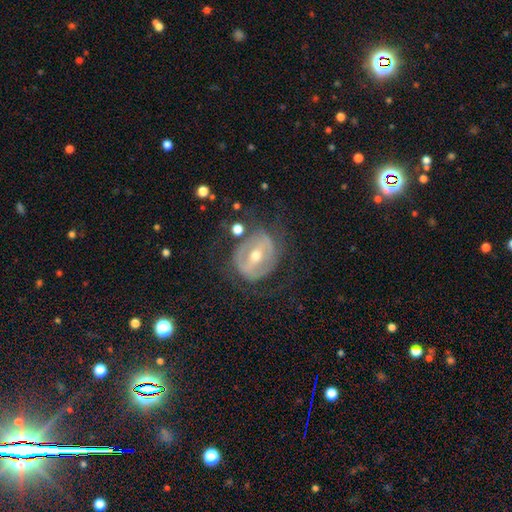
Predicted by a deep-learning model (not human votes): The model was most divided on "spiral arms": no: 58%, yes: 42%. More confident: edge-on disk — no (93%); smooth or featured — featured or disk (75%); merging — none (64%); bar — strong (58%); bulge size — moderate (56%).